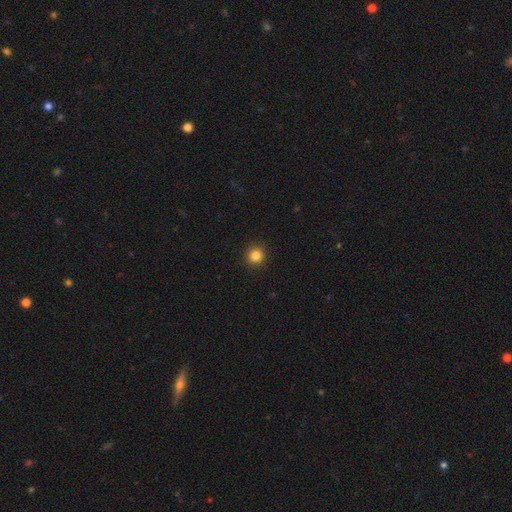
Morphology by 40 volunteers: Q: Smooth or featured?
A: smooth (80%); runner-up: featured or disk (10%)
Q: How rounded?
A: round (100%)
Q: Merging?
A: none (94%); runner-up: minor disturbance (6%)